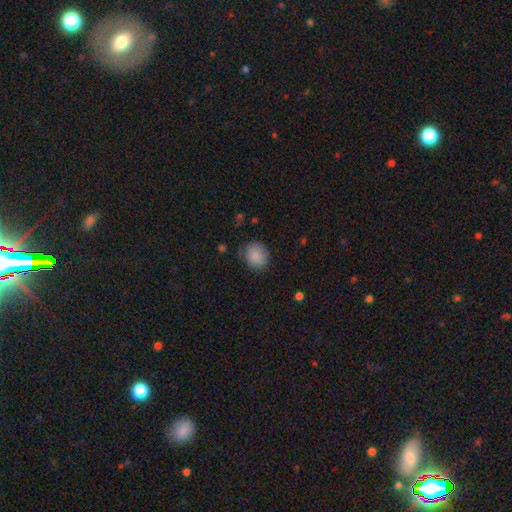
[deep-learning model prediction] Overall: smooth (87%). How rounded: round (70%). Merging: none (77%).